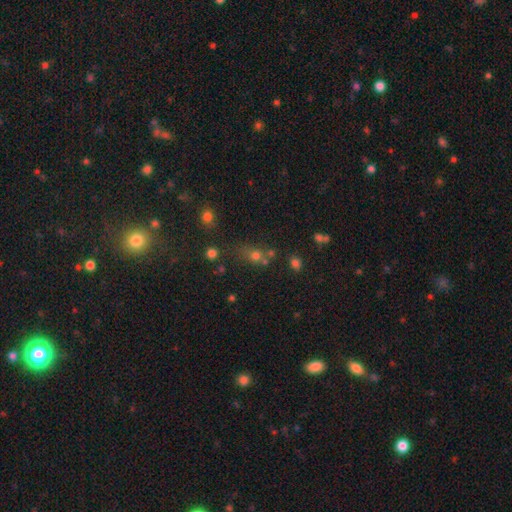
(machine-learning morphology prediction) Smooth or featured?
  - smooth: 61% *
  - star or artifact: 26%
  - featured or disk: 13%
How rounded?
  - round: 62% *
  - in between: 35%
  - cigar-shaped: 4%
Merging?
  - none: 49% *
  - merger: 29%
  - minor disturbance: 14%
  - major disturbance: 8%